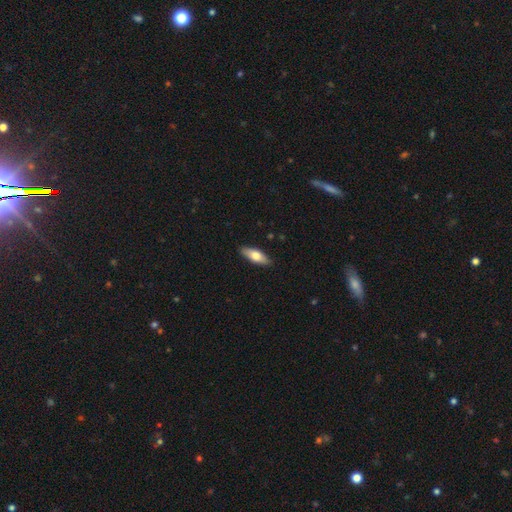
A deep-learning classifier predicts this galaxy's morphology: smooth 67%, featured or disk 27%, star or artifact 6%. Down the decision tree: how rounded — in between (67%); merging — none (89%).